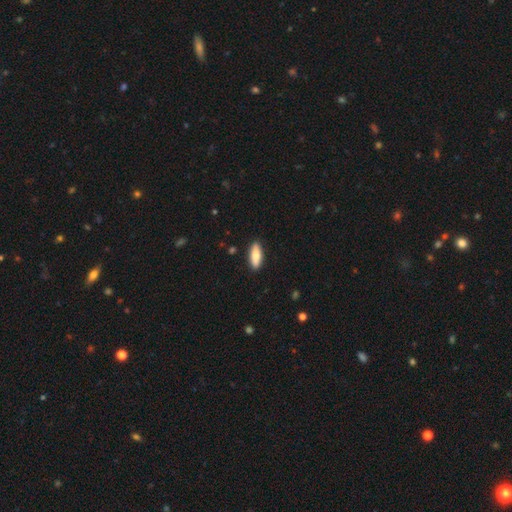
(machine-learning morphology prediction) This appears to be a smooth galaxy with no disk features (76%) that is in between round and cigar-shaped (62%). Merging: none (89%).